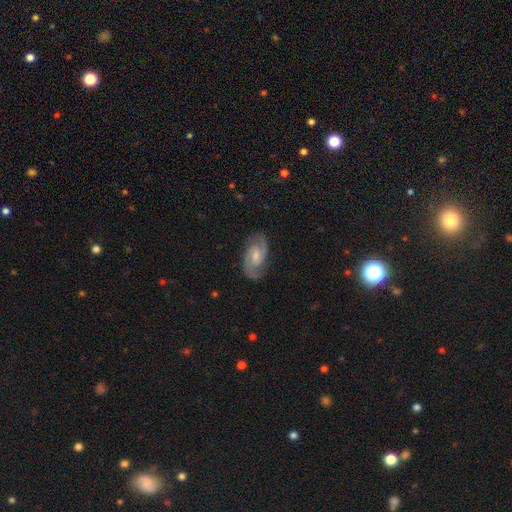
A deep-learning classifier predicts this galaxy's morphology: Smooth or featured? featured or disk (85%)
Edge-on disk? no (97%)
Bar? weak (46%)
Spiral arms? yes (97%)
Spiral winding? medium (51%)
Spiral arm count? 2 (91%)
Bulge size? moderate (46%)
Merging? none (84%)